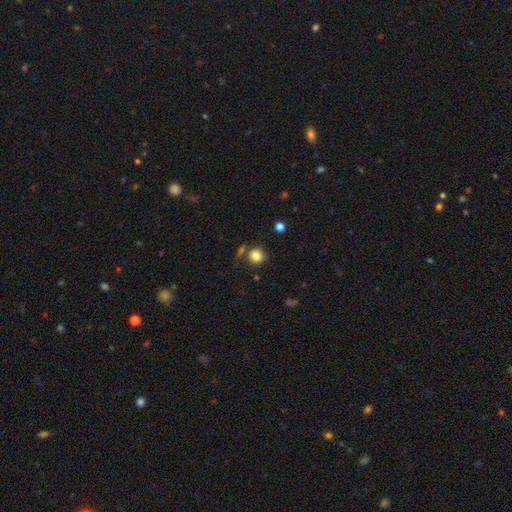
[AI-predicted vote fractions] Smooth or featured? Predicted: smooth (p=0.83). How rounded? Predicted: round (p=0.88). Merging? Predicted: none (p=0.76).